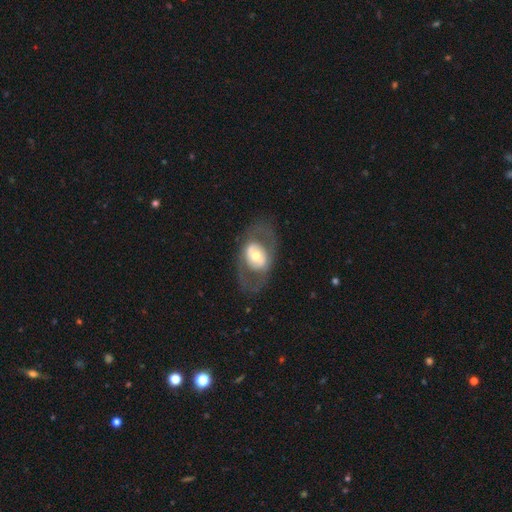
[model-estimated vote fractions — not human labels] Smooth or featured: featured or disk — 59% (smooth — 35%)
Edge-on disk: no — 92% (yes — 8%)
Bar: no — 74% (weak — 17%)
Spiral arms: no — 77% (yes — 23%)
Bulge size: moderate — 63% (large — 23%)
Merging: none — 71% (major disturbance — 15%)